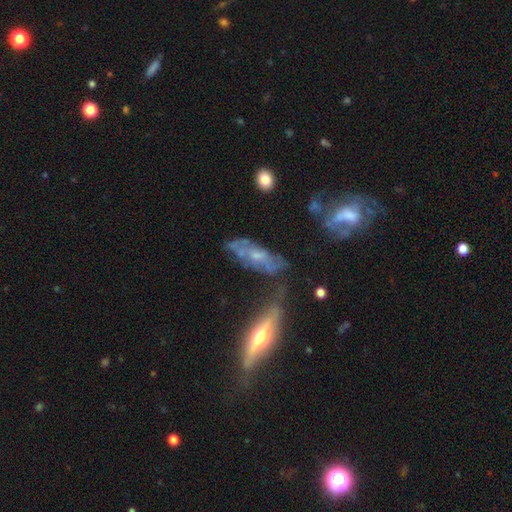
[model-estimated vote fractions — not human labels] A featured or disk galaxy (62%).

Vote fractions:
- Smooth or featured? featured or disk: 62% / smooth: 27% / star or artifact: 11%
- Edge-on disk? no: 65% / yes: 35%
- Merging? none: 50% / minor disturbance: 24% / major disturbance: 15% / merger: 11%